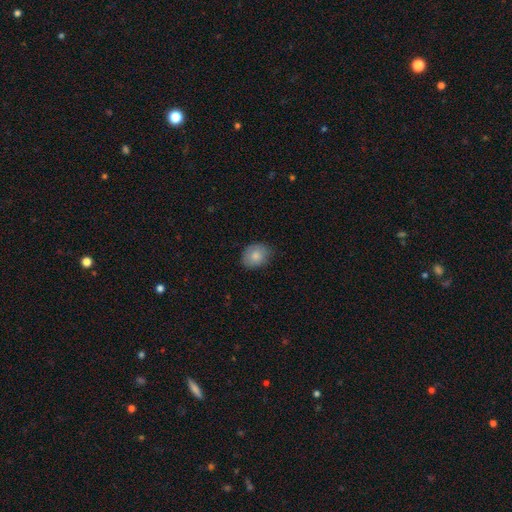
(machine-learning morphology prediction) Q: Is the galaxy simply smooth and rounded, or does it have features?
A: smooth — 82%.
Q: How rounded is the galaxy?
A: in between — 55%.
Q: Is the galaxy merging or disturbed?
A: none — 77%.